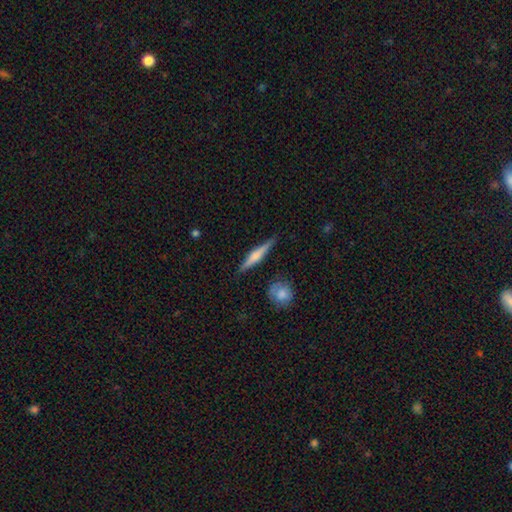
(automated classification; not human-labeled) smooth-or-featured: featured or disk: 56% | smooth: 38% | star or artifact: 6%
  disk-edge-on: yes: 97% | no: 3%
    edge-on-bulge: rounded: 64% | boxy: 21% | none: 14%
  merging: none: 87% | minor disturbance: 9% | merger: 2% | major disturbance: 2%